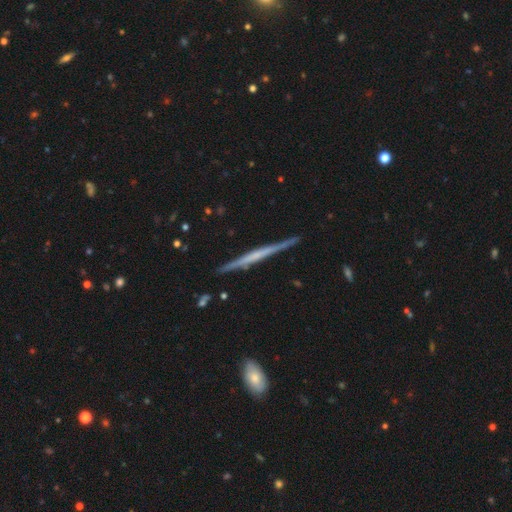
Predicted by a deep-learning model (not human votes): This is likely a featured or disk galaxy (69%). It is clearly viewed edge-on (98%). Edge-on bulge: likely none (69%). Merging: clearly none (88%).